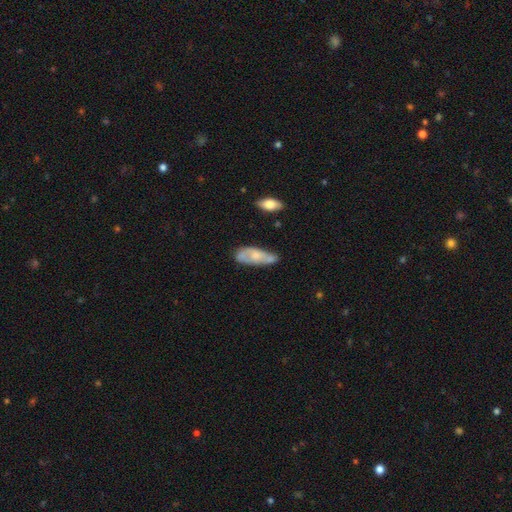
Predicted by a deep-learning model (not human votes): A smooth galaxy with no disk features (50%) that is in between round and cigar-shaped (69%).

Vote fractions:
- Smooth or featured? smooth: 50% / featured or disk: 43% / star or artifact: 7%
- How rounded? in between: 69% / cigar-shaped: 28% / round: 3%
- Merging? none: 51% / minor disturbance: 31% / major disturbance: 10% / merger: 8%